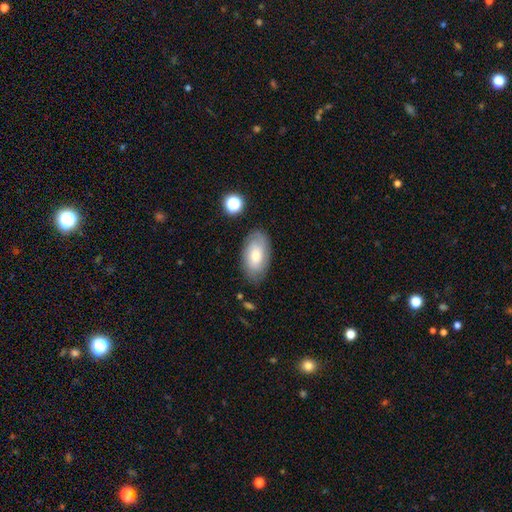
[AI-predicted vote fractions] Smooth or featured? smooth (64%)
How rounded? in between (93%)
Merging? none (79%)